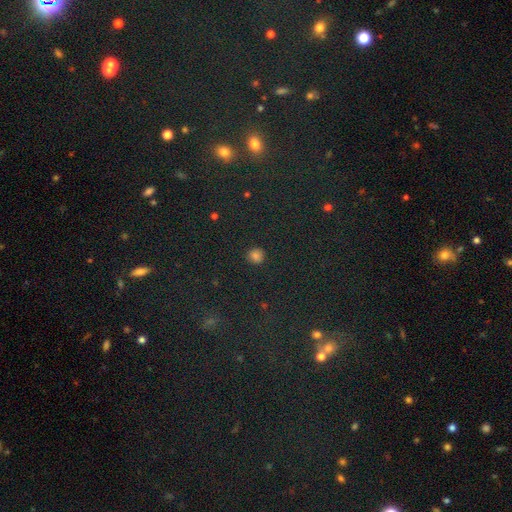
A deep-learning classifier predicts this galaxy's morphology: Smooth or featured: smooth — 79% (star or artifact — 17%)
How rounded: round — 89% (in between — 10%)
Merging: none — 90% (minor disturbance — 6%)